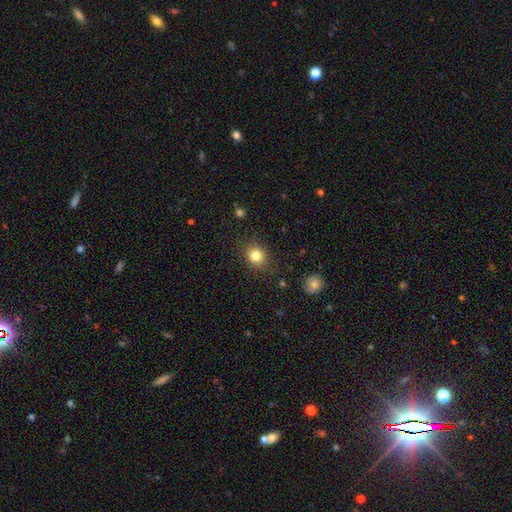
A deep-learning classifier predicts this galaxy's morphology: smooth_or_featured: smooth (p=0.82) [alt: star or artifact p=0.11]
how_rounded: round (p=0.69) [alt: in between p=0.30]
merging: none (p=0.84) [alt: minor disturbance p=0.11]